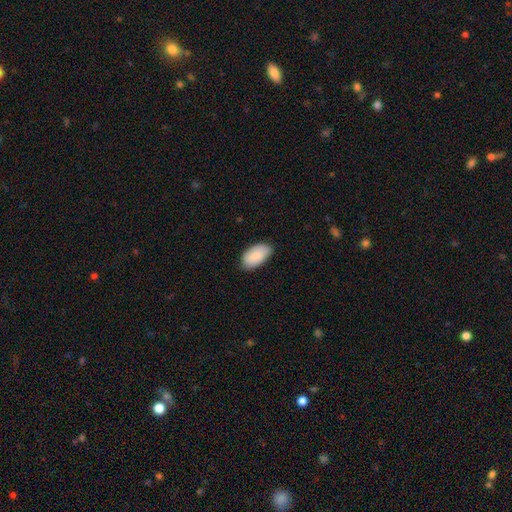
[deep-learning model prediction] Q: Smooth or featured?
A: smooth (86%); runner-up: featured or disk (8%)
Q: How rounded?
A: in between (95%); runner-up: round (3%)
Q: Merging?
A: none (79%); runner-up: minor disturbance (17%)